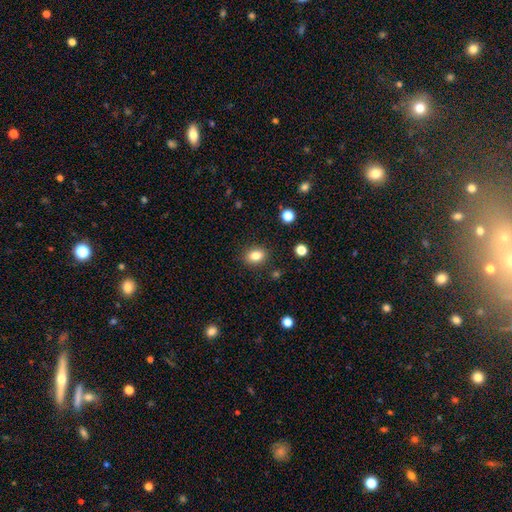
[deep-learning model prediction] The model was most divided on "how rounded": in between: 66%, round: 33%, cigar-shaped: 1%. More confident: merging — none (87%); smooth or featured — smooth (83%).